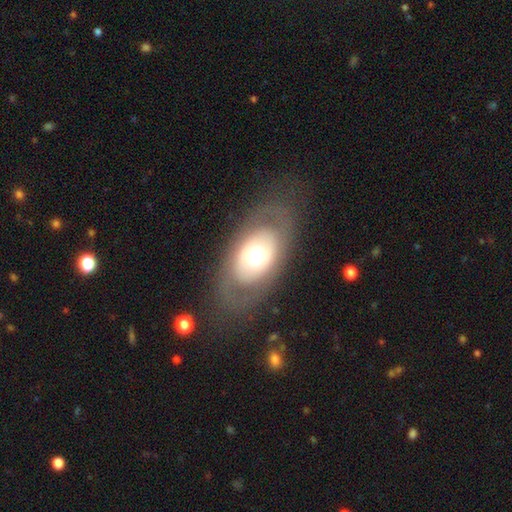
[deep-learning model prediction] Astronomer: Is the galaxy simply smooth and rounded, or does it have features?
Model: smooth — 48% (runner-up: featured or disk, 44%).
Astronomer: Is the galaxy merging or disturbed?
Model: none — 78%.